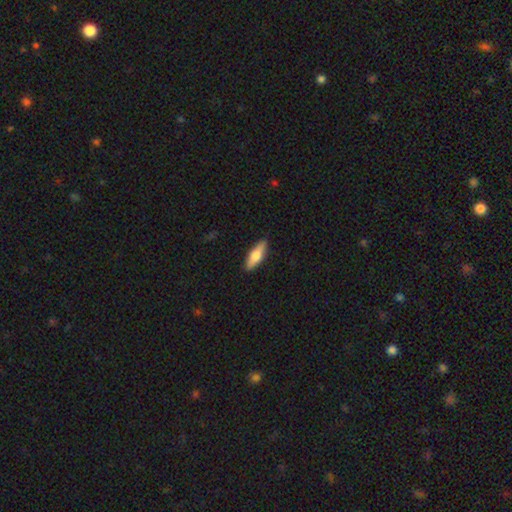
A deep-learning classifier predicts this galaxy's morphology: Smooth or featured? smooth (67%)
How rounded? in between (54%)
Merging? none (88%)